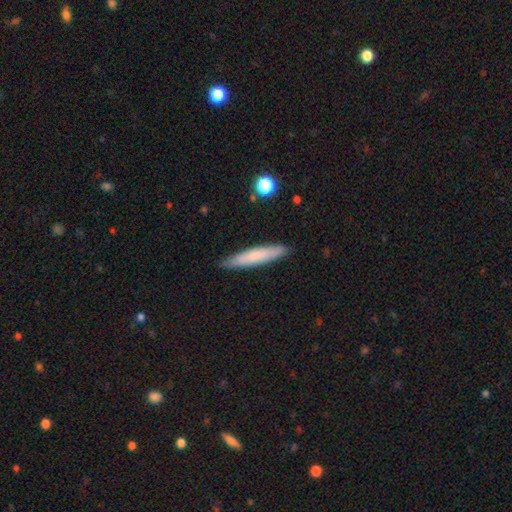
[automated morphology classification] Smooth or featured?
  - smooth: 73% *
  - featured or disk: 21%
  - star or artifact: 6%
How rounded?
  - cigar-shaped: 91% *
  - in between: 7%
  - round: 1%
Merging?
  - none: 88% *
  - minor disturbance: 9%
  - major disturbance: 2%
  - merger: 1%